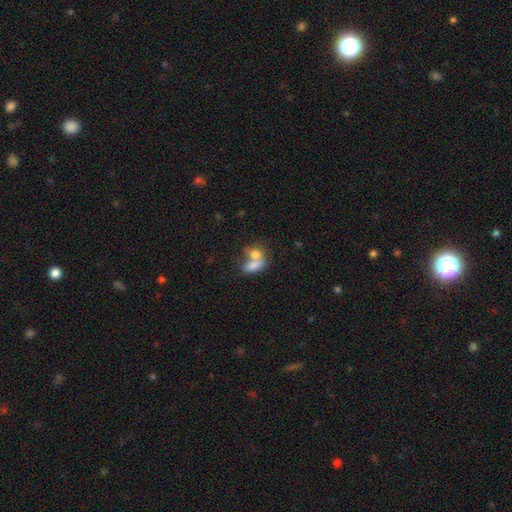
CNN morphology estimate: A smooth galaxy with no disk features (73%) that is in between round and cigar-shaped (78%).

Vote fractions:
- Smooth or featured? smooth: 73% / featured or disk: 18% / star or artifact: 9%
- How rounded? in between: 78% / round: 18% / cigar-shaped: 4%
- Merging? merger: 69% / none: 18% / minor disturbance: 7% / major disturbance: 6%